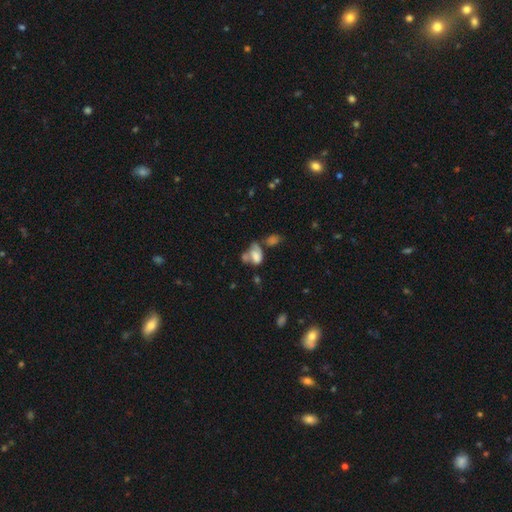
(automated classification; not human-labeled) A smooth galaxy with no disk features (62%) that is in between round and cigar-shaped (83%).

Vote fractions:
- Smooth or featured? smooth: 62% / featured or disk: 26% / star or artifact: 12%
- How rounded? in between: 83% / round: 15% / cigar-shaped: 2%
- Merging? merger: 43% / none: 23% / major disturbance: 18% / minor disturbance: 16%